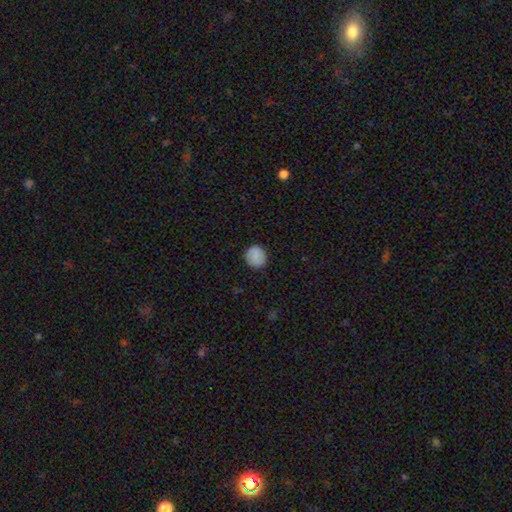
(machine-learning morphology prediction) The model was most divided on "smooth or featured": smooth: 85%, star or artifact: 8%, featured or disk: 8%. More confident: how rounded — round (90%); merging — none (89%).